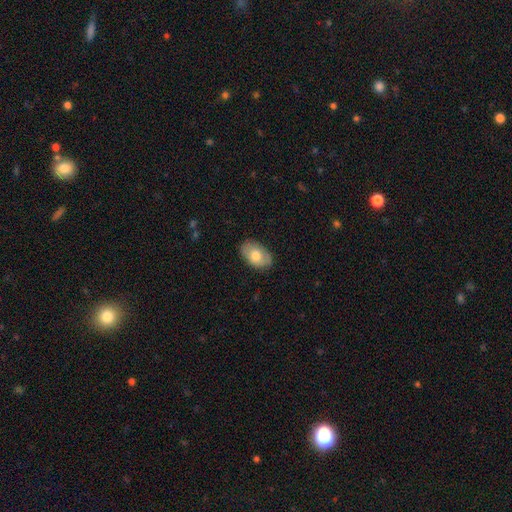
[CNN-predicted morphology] The model was most divided on "smooth or featured": smooth: 71%, featured or disk: 23%, star or artifact: 6%. More confident: how rounded — in between (91%); merging — none (83%).